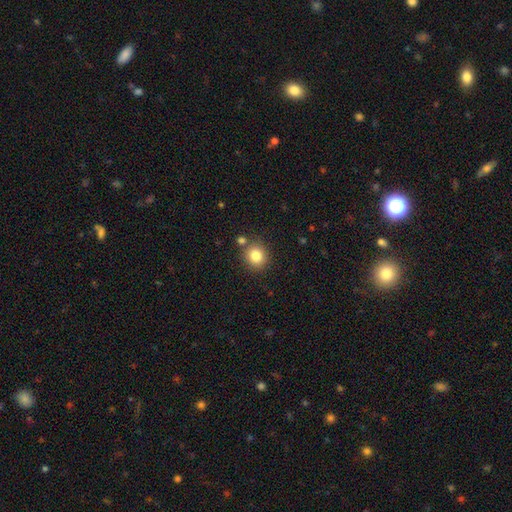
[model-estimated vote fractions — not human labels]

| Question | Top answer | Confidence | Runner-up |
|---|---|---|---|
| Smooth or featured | smooth | 82% | star or artifact (11%) |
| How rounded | round | 85% | in between (14%) |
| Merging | none | 79% | minor disturbance (9%) |